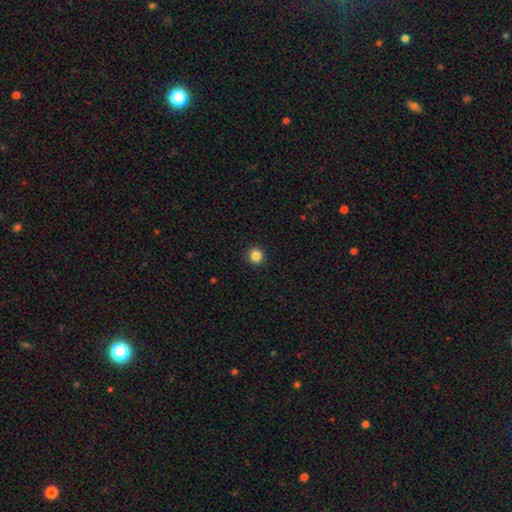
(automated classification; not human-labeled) This appears to be a smooth galaxy with no disk features (85%) that is round (95%). Merging: none (93%).